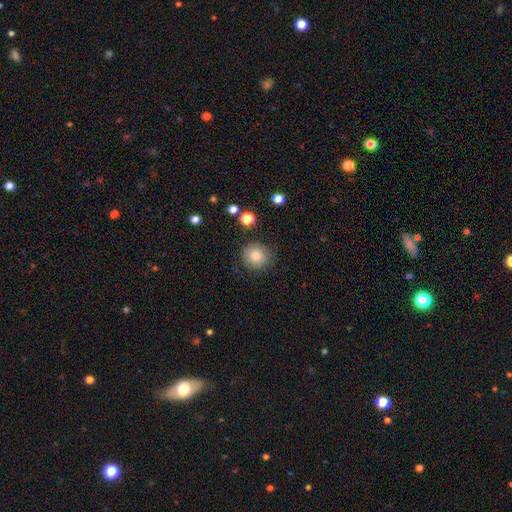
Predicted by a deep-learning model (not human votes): smooth 79%, featured or disk 11%, star or artifact 10%. Down the decision tree: how rounded — round (90%); merging — none (82%).